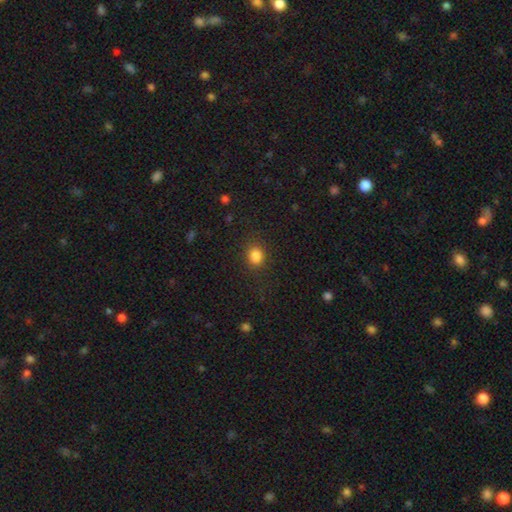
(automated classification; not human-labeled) Q: Smooth or featured?
A: smooth (85%); runner-up: star or artifact (11%)
Q: How rounded?
A: round (60%); runner-up: in between (39%)
Q: Merging?
A: none (84%); runner-up: minor disturbance (11%)